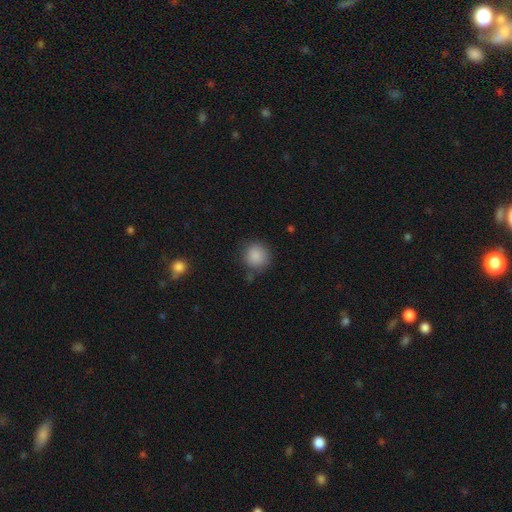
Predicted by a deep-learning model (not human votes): Smooth or featured? smooth (88%)
How rounded? round (90%)
Merging? none (78%)